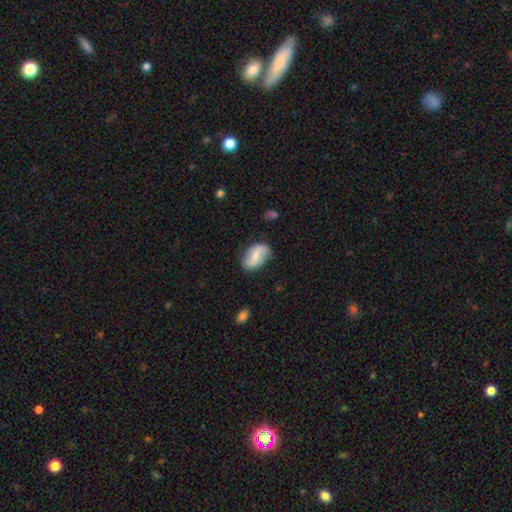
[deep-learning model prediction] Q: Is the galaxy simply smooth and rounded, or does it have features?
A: smooth — 53%.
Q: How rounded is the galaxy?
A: in between — 91%.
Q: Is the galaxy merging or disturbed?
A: none — 77%.